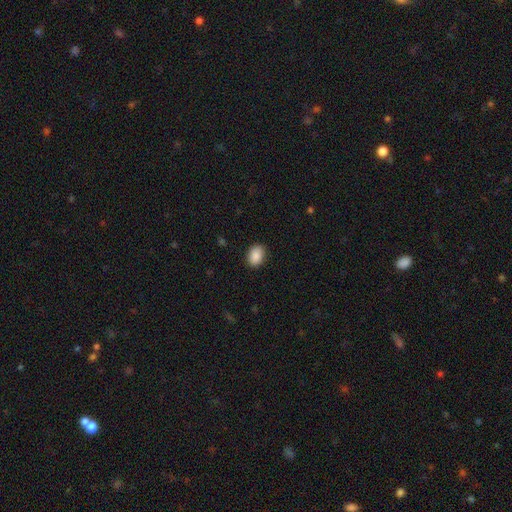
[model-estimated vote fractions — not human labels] Smooth or featured? Predicted: smooth (p=0.89). How rounded? Predicted: in between (p=0.77). Merging? Predicted: none (p=0.88).